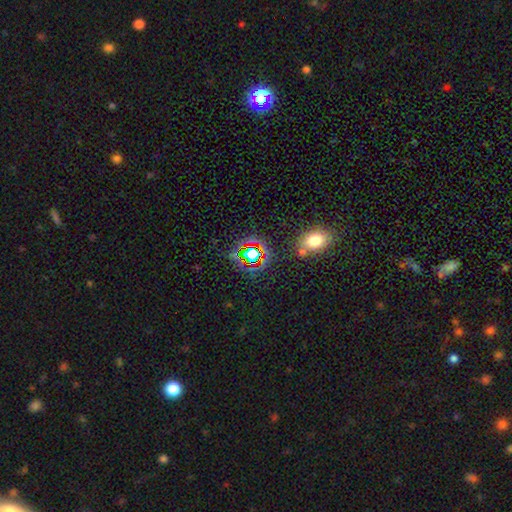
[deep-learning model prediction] A star or artifact, not a galaxy (66%).

Vote fractions:
- Smooth or featured? star or artifact: 66% / smooth: 24% / featured or disk: 11%